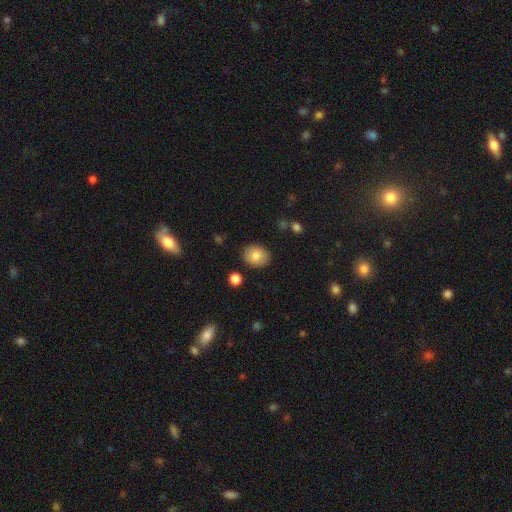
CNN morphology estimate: This is clearly a smooth galaxy (84%). How rounded: possibly round (51%). Merging: clearly none (87%).